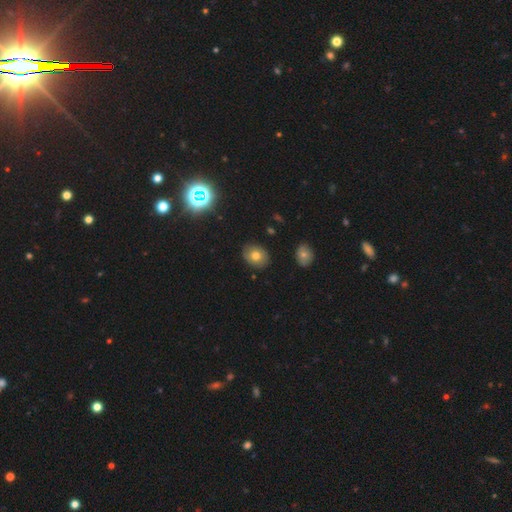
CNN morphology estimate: Overall: smooth (68%). How rounded: in between (54%; round 45%). Merging: none (86%).